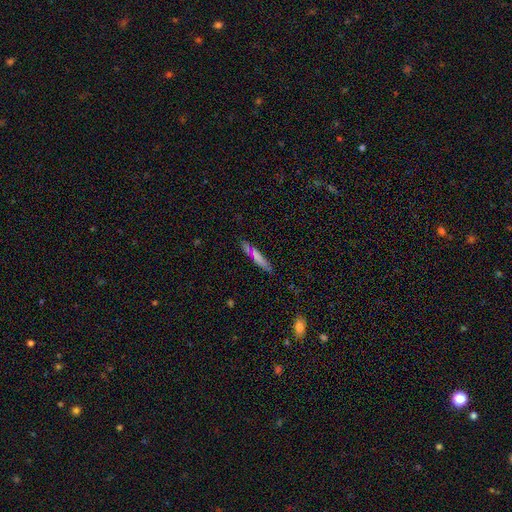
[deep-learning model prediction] A smooth galaxy with no disk features (71%) that is cigar-shaped (90%). Merging: none (80%).